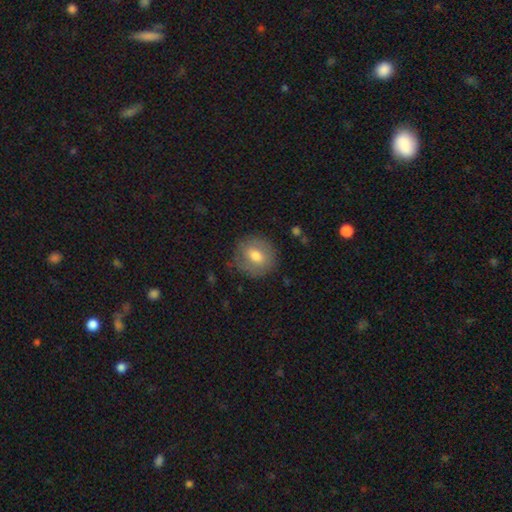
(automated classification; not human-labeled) Overall: smooth (68%). How rounded: round (78%). Merging: none (80%).